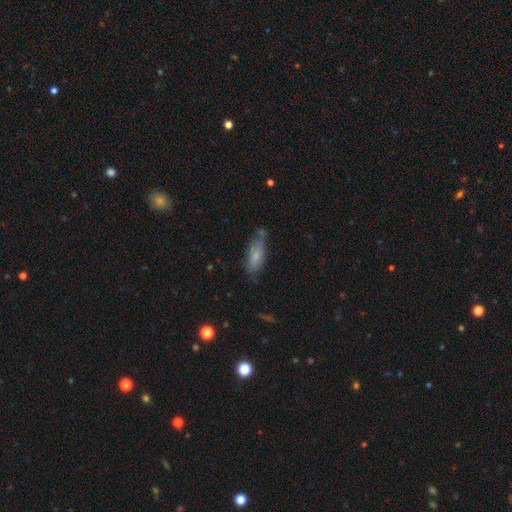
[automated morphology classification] smooth 73%, featured or disk 20%, star or artifact 7%. Down the decision tree: how rounded — in between (67%); merging — none (61%).